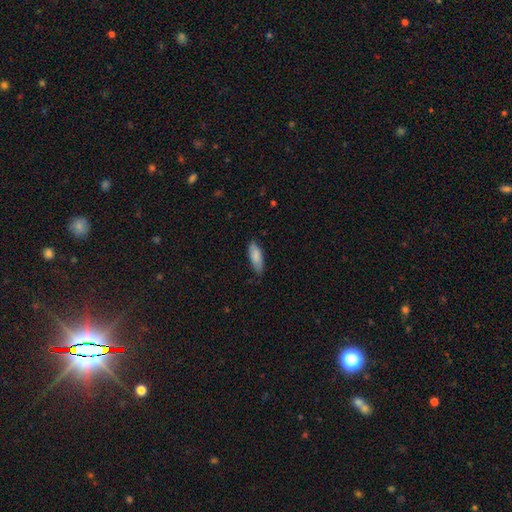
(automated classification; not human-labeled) A smooth galaxy with no disk features (85%) that is in between round and cigar-shaped (70%).

Vote fractions:
- Smooth or featured? smooth: 85% / featured or disk: 9% / star or artifact: 6%
- How rounded? in between: 70% / cigar-shaped: 29% / round: 2%
- Merging? none: 72% / minor disturbance: 23% / major disturbance: 3% / merger: 1%